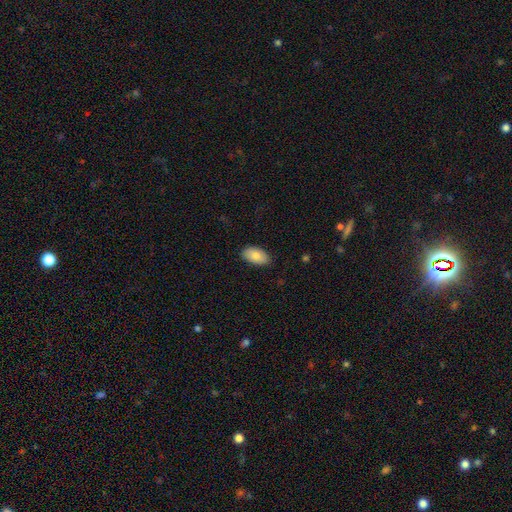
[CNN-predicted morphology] Smooth or featured? smooth (82%)
How rounded? in between (95%)
Merging? none (86%)